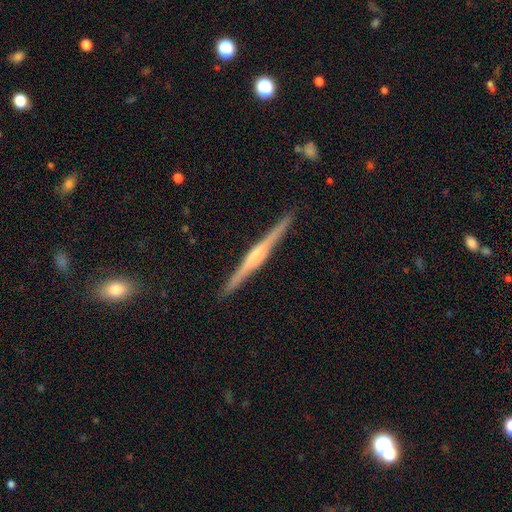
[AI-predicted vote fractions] smooth_or_featured: featured or disk (p=0.82) [alt: smooth p=0.12]
disk_edge_on: yes (p=0.99) [alt: no p=0.01]
edge_on_bulge: rounded (p=0.70) [alt: boxy p=0.15]
merging: none (p=0.92) [alt: minor disturbance p=0.06]